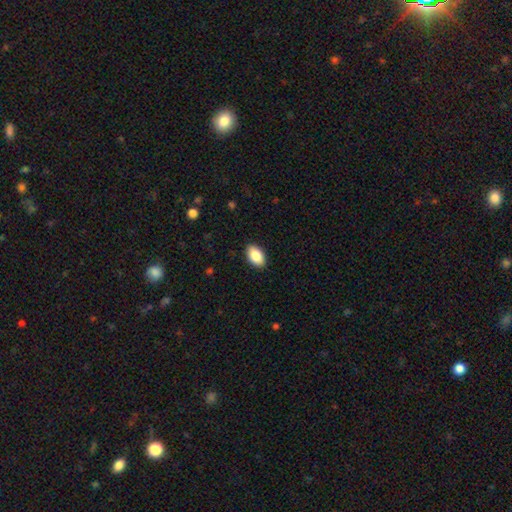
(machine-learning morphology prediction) A smooth galaxy with no disk features (87%) that is in between round and cigar-shaped (93%). Merging: none (90%).